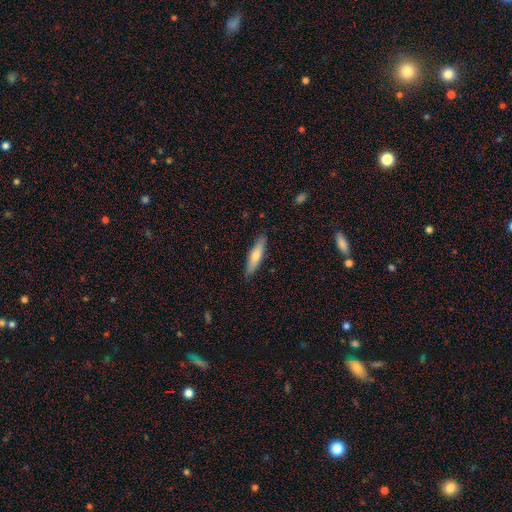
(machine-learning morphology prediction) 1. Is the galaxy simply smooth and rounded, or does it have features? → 67% smooth, 28% featured or disk, 6% star or artifact.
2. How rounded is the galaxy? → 74% cigar-shaped, 25% in between, 2% round.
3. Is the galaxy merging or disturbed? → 87% none, 10% minor disturbance, 2% major disturbance, 1% merger.